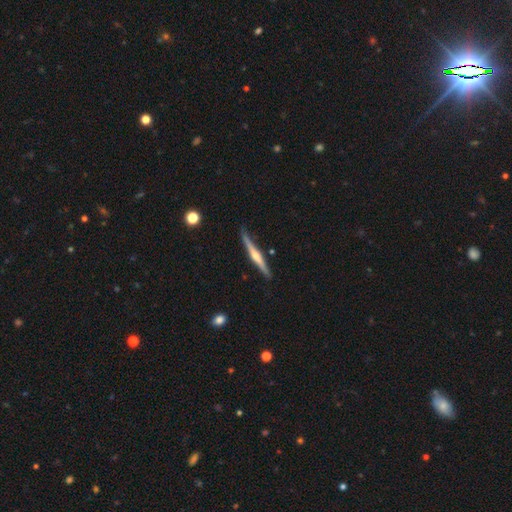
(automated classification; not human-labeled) Smooth or featured? Predicted: featured or disk (p=0.73). Edge-on disk? Predicted: yes (p=0.98). Edge-on bulge? Predicted: rounded (p=0.78). Merging? Predicted: none (p=0.84).